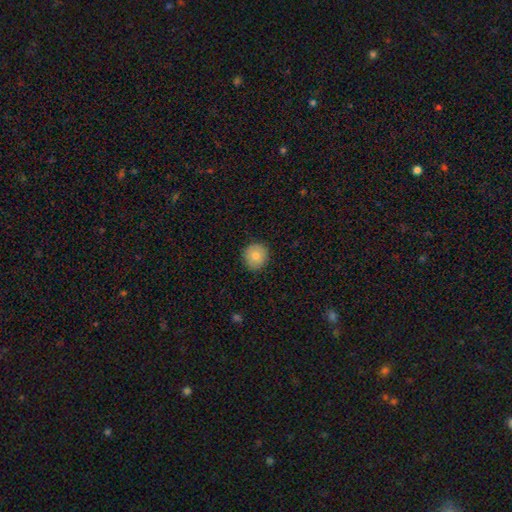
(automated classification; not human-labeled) A smooth galaxy with no disk features (79%) that is round (94%). Merging: none (91%).